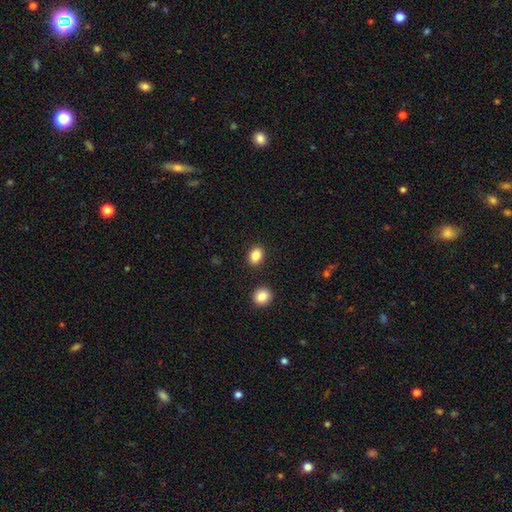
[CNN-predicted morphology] A smooth galaxy with no disk features (87%) that is in between round and cigar-shaped (69%).

Vote fractions:
- Smooth or featured? smooth: 87% / star or artifact: 9% / featured or disk: 4%
- How rounded? in between: 69% / round: 29% / cigar-shaped: 1%
- Merging? none: 87% / minor disturbance: 8% / merger: 4% / major disturbance: 2%